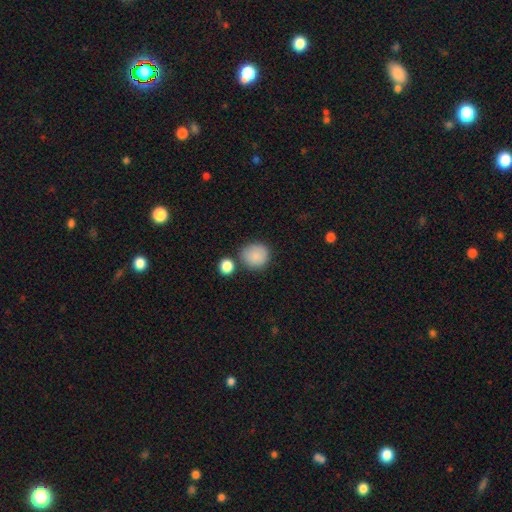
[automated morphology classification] This is clearly a smooth galaxy (87%). How rounded: clearly round (90%). Merging: likely none (77%).